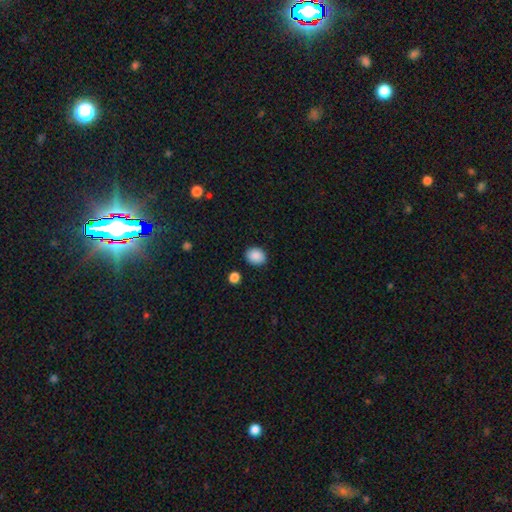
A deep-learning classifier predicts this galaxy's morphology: type=smooth (88%); roundness=round (59%); merging=none (87%).